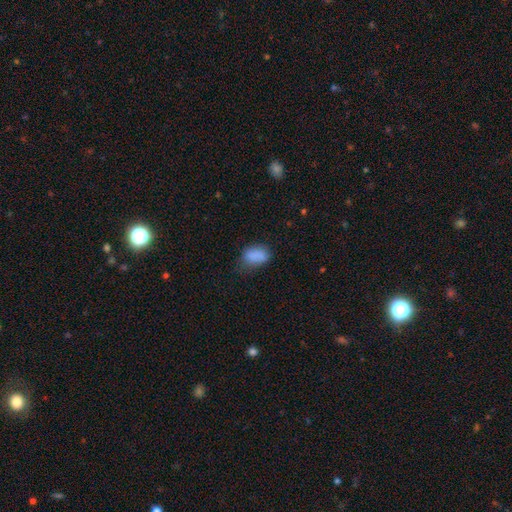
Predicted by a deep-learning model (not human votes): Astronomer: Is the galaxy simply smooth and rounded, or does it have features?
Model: smooth — 84%.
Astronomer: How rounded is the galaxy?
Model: in between — 86%.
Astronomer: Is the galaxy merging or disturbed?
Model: none — 58%.